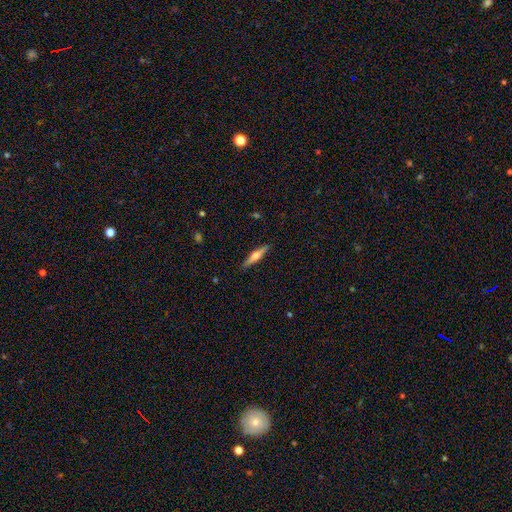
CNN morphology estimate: Q: Smooth or featured?
A: featured or disk (57%); runner-up: smooth (37%)
Q: Edge-on disk?
A: yes (96%); runner-up: no (4%)
Q: Edge-on bulge?
A: rounded (91%); runner-up: none (5%)
Q: Merging?
A: none (90%); runner-up: minor disturbance (7%)